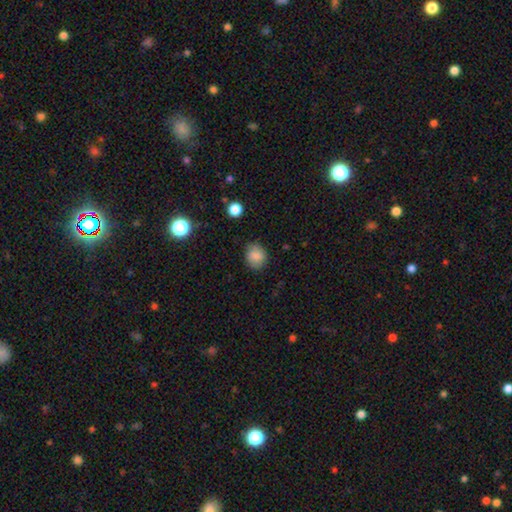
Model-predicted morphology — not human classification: This appears to be a smooth galaxy with no disk features (85%) that is round (62%). Merging: none (82%).